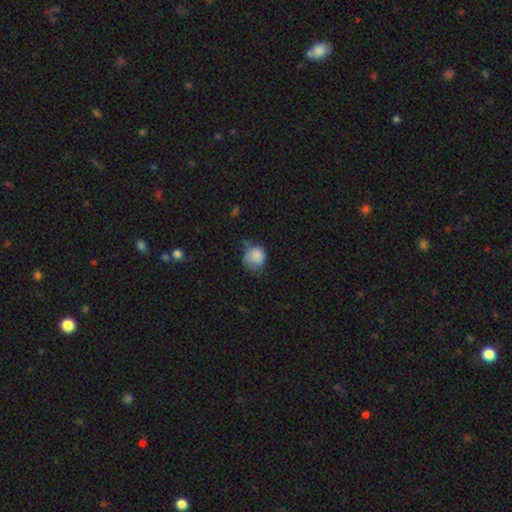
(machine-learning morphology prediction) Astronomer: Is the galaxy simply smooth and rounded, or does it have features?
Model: smooth — 83%.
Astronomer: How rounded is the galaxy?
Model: round — 79%.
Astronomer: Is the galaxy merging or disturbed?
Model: minor disturbance — 42% (runner-up: none, 38%).